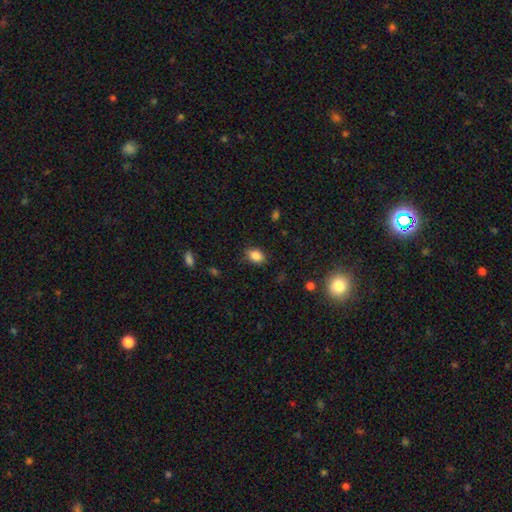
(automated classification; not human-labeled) Overall: smooth (86%). How rounded: in between (73%). Merging: none (82%).